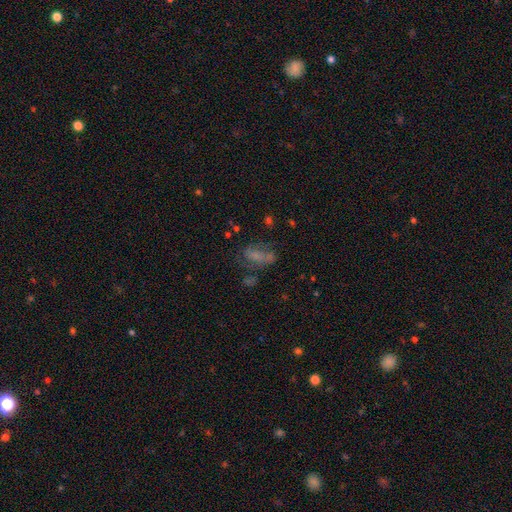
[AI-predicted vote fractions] The model was most divided on "merging": none: 39%, major disturbance: 27%, minor disturbance: 22%, merger: 12%. More confident: how rounded — in between (80%); smooth or featured — smooth (52%).